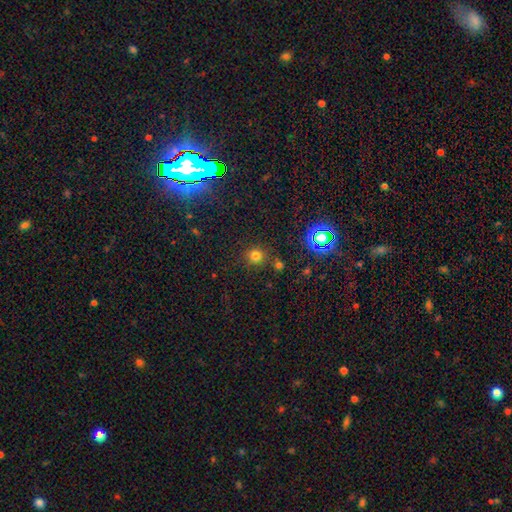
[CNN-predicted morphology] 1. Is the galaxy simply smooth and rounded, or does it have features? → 71% smooth, 22% star or artifact, 7% featured or disk.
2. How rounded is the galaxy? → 91% round, 8% in between, 1% cigar-shaped.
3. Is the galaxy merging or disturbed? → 80% none, 9% minor disturbance, 8% merger, 4% major disturbance.